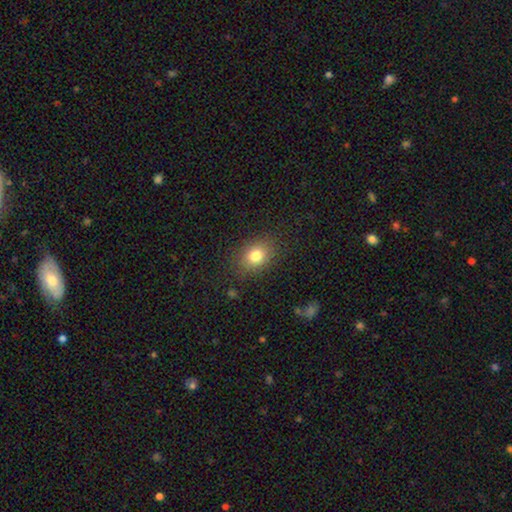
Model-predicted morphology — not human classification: This is likely a smooth galaxy (79%). How rounded: possibly in between (56%). Merging: clearly none (85%).